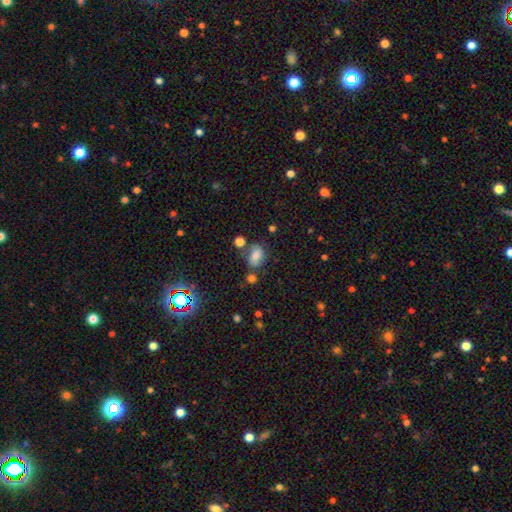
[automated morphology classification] Overall: smooth (70%). How rounded: in between (81%). Merging: none (50%; minor disturbance 24%).